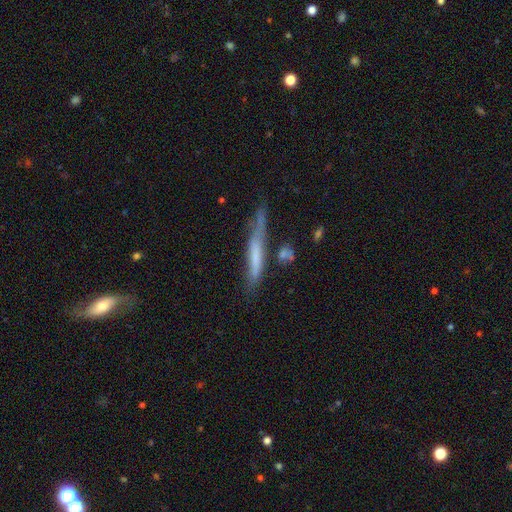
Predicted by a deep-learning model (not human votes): This is possibly a smooth galaxy (49%). Merging: possibly none (55%).